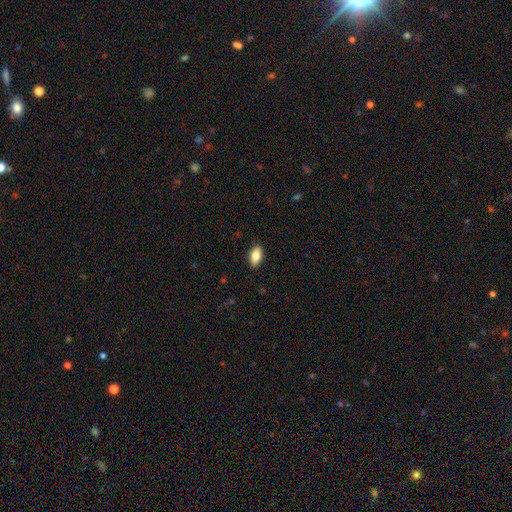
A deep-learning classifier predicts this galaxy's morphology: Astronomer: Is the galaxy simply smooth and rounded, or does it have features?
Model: smooth — 80%.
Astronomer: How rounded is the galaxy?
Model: in between — 90%.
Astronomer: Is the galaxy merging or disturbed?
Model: none — 89%.